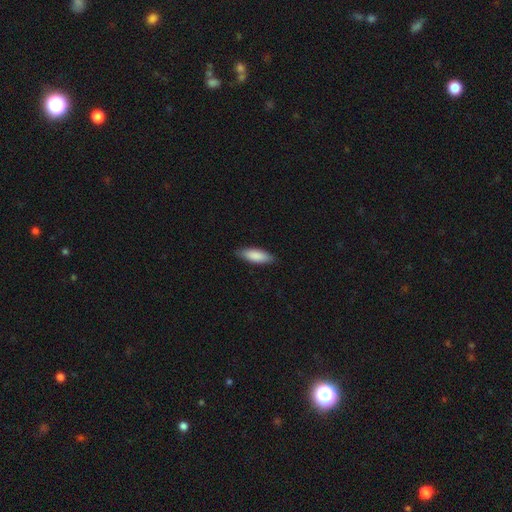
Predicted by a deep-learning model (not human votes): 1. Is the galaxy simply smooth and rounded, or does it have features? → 87% smooth, 8% featured or disk, 5% star or artifact.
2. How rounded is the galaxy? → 65% in between, 33% cigar-shaped, 2% round.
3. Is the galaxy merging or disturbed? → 86% none, 11% minor disturbance, 2% major disturbance, 1% merger.